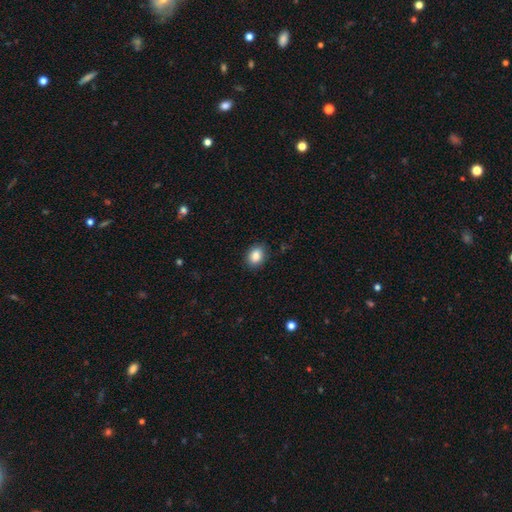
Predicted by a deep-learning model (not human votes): Morphology: type=smooth (86%); roundness=in between (63%); merging=none (86%).